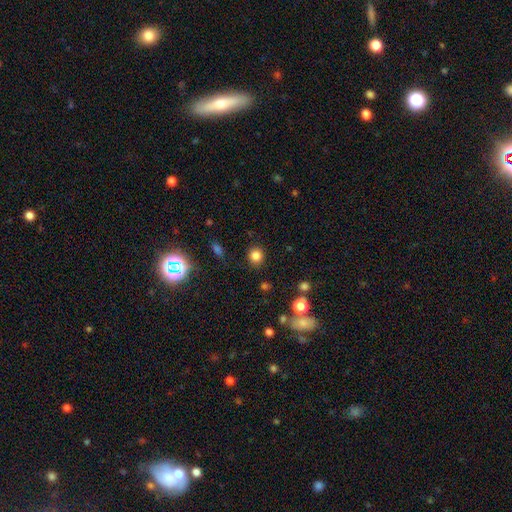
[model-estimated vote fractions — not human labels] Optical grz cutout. It shows a smooth galaxy with no disk features (82%) that is round (87%). Merging: none (88%).